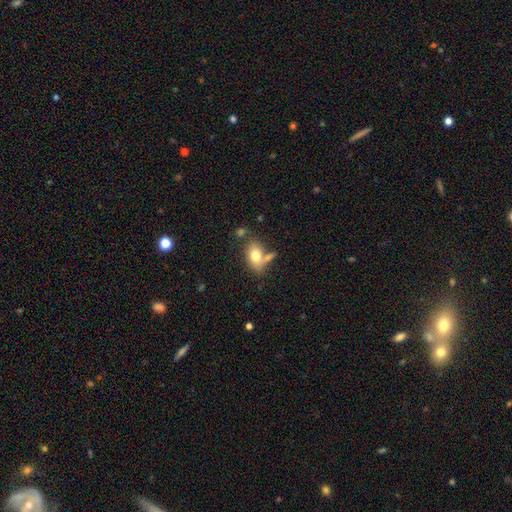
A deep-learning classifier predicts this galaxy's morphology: Overall: smooth (76%). How rounded: in between (86%). Merging: none (54%; merger 22%).